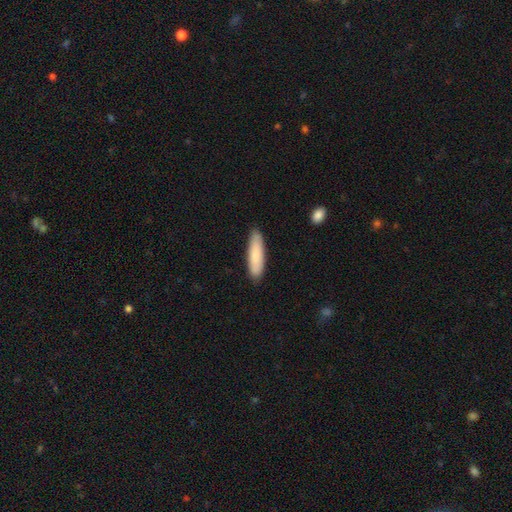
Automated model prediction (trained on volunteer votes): Smooth or featured?
  - smooth: 84% *
  - featured or disk: 11%
  - star or artifact: 5%
How rounded?
  - cigar-shaped: 66% *
  - in between: 33%
  - round: 1%
Merging?
  - none: 87% *
  - minor disturbance: 10%
  - major disturbance: 2%
  - merger: 1%